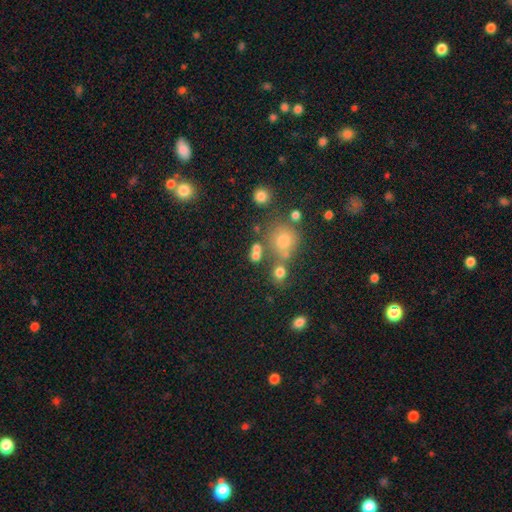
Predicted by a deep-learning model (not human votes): smooth-or-featured: smooth: 70% | star or artifact: 18% | featured or disk: 12%
  how-rounded: round: 68% | in between: 30% | cigar-shaped: 2%
  merging: none: 52% | merger: 29% | minor disturbance: 12% | major disturbance: 7%